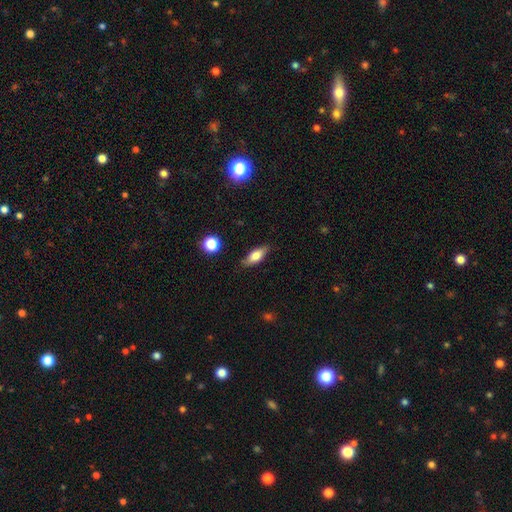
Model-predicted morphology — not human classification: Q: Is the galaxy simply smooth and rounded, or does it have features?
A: smooth — 70%.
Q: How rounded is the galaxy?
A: in between — 71%.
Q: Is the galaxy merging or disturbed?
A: none — 82%.